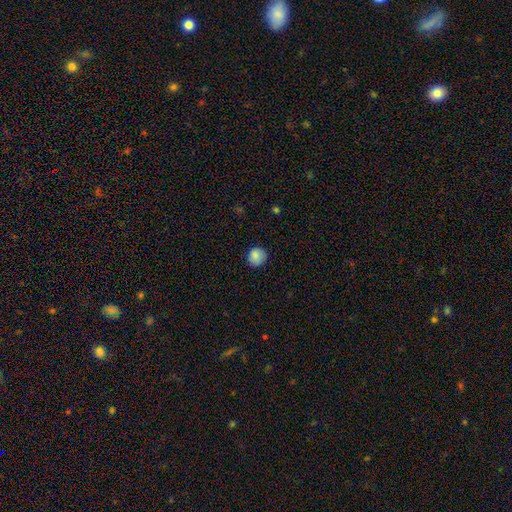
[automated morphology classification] smooth_or_featured: smooth (p=0.84) [alt: featured or disk p=0.08]
how_rounded: round (p=0.89) [alt: in between p=0.10]
merging: none (p=0.81) [alt: minor disturbance p=0.15]